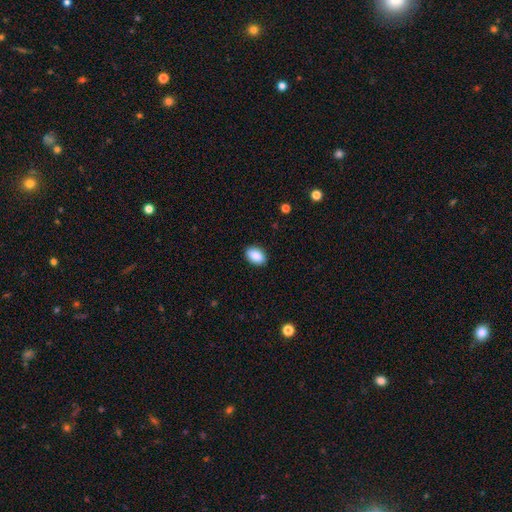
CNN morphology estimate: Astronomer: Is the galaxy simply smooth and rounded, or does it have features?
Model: smooth — 88%.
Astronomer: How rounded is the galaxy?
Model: in between — 88%.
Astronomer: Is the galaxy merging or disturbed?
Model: none — 89%.